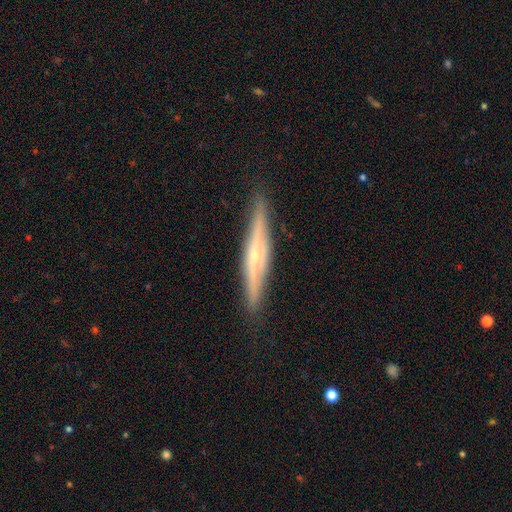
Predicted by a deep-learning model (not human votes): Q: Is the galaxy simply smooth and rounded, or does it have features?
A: featured or disk — 75%.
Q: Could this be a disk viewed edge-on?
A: yes — 95%.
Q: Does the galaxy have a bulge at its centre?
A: rounded — 66%.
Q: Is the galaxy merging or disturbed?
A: none — 86%.